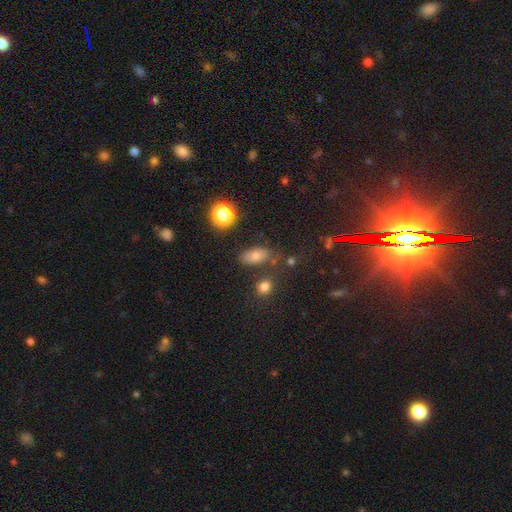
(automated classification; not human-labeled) A smooth galaxy with no disk features (65%) that is in between round and cigar-shaped (83%). Merging: none (73%).